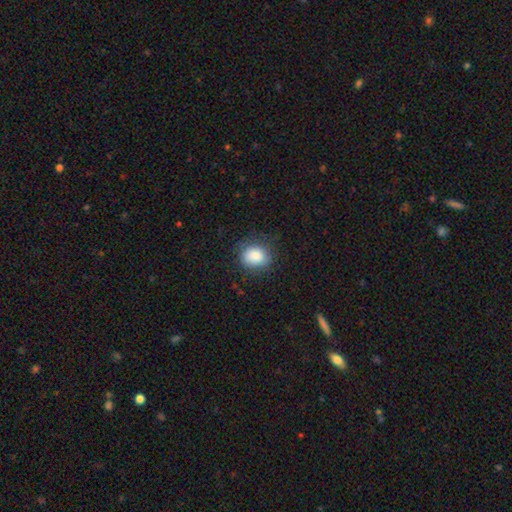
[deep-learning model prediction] Smooth or featured: smooth — 86% (star or artifact — 8%)
How rounded: round — 58% (in between — 41%)
Merging: none — 78% (minor disturbance — 15%)